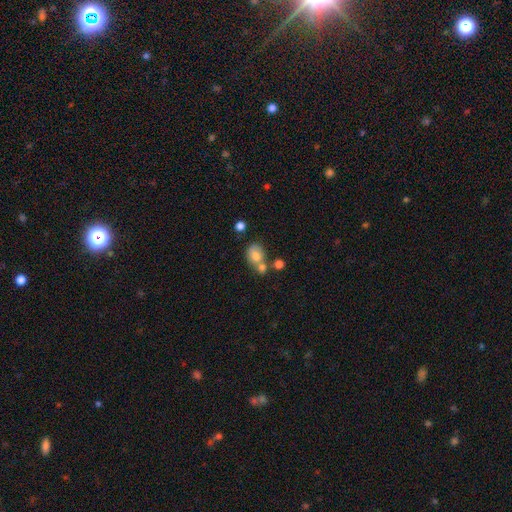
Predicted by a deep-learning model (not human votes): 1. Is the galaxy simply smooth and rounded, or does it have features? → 74% smooth, 15% featured or disk, 11% star or artifact.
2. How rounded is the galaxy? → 50% in between, 49% round, 1% cigar-shaped.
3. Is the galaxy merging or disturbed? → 40% none, 39% merger, 15% minor disturbance, 6% major disturbance.